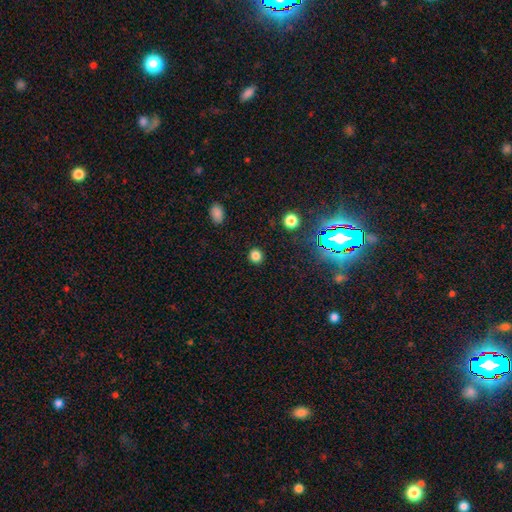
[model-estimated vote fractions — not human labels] Morphology: type=smooth (80%); roundness=round (89%); merging=none (91%).